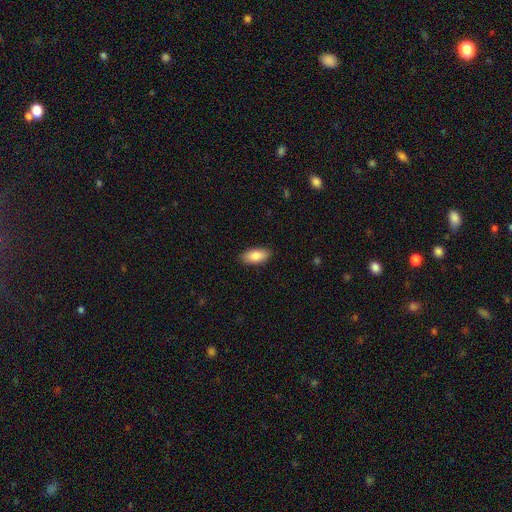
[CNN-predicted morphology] type=smooth (85%); roundness=in between (91%); merging=none (89%).